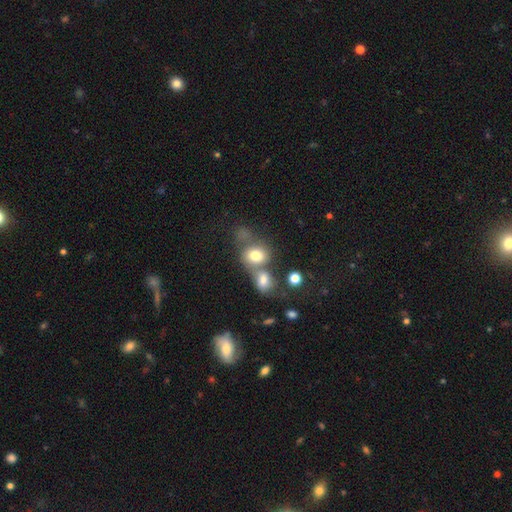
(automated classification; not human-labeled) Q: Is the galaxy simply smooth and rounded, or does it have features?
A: smooth — 74%.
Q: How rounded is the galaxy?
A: round — 57%.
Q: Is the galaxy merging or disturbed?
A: merger — 52%.